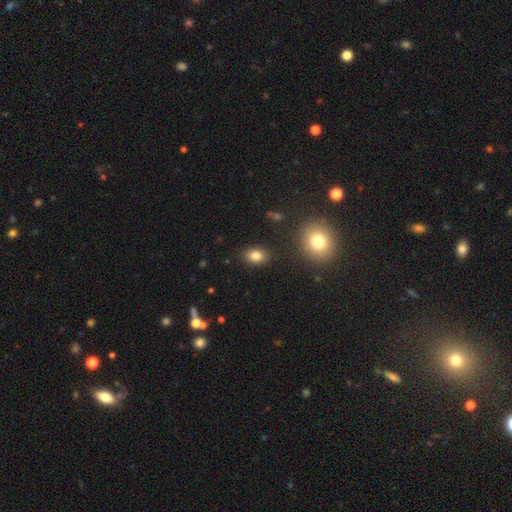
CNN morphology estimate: type=smooth (82%); roundness=in between (73%); merging=none (87%).